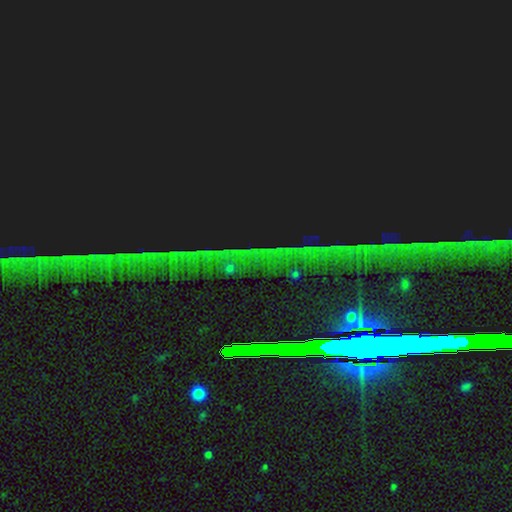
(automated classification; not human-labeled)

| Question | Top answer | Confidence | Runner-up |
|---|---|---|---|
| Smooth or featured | star or artifact | 87% | featured or disk (8%) |